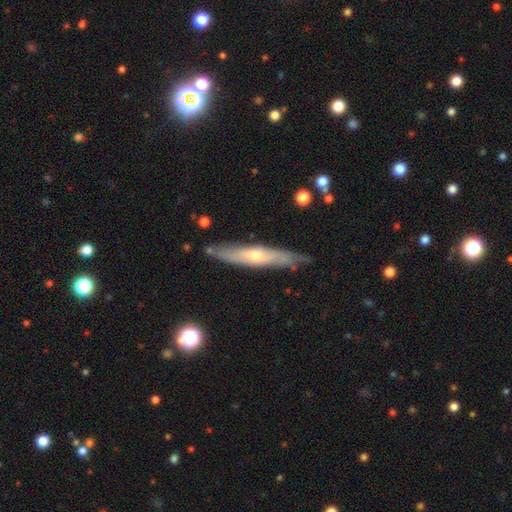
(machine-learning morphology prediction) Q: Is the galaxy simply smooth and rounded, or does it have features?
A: featured or disk — 61%.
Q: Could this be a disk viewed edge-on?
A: yes — 78%.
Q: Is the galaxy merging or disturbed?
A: none — 80%.